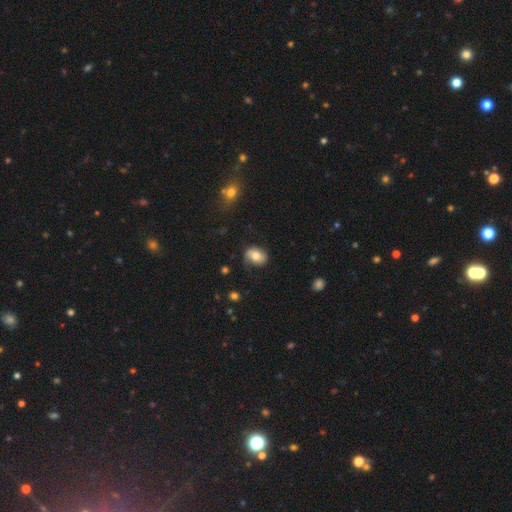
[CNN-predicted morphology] A smooth galaxy with no disk features (71%) that is in between round and cigar-shaped (65%).

Vote fractions:
- Smooth or featured? smooth: 71% / featured or disk: 21% / star or artifact: 8%
- How rounded? in between: 65% / round: 33% / cigar-shaped: 1%
- Merging? none: 73% / minor disturbance: 20% / major disturbance: 5% / merger: 1%